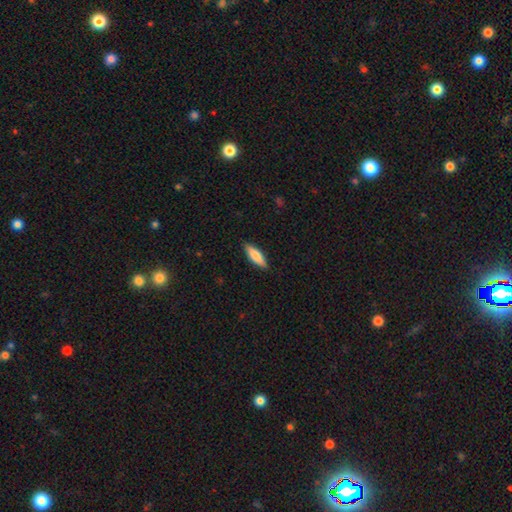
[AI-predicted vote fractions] Overall: smooth (77%). How rounded: in between (49%, tied with cigar-shaped). Merging: none (88%).